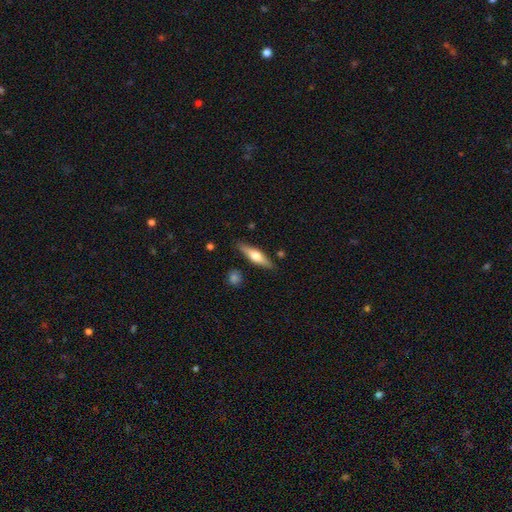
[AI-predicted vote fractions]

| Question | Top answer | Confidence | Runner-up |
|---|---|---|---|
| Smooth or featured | featured or disk | 49% | smooth (45%) |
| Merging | none | 85% | minor disturbance (10%) |